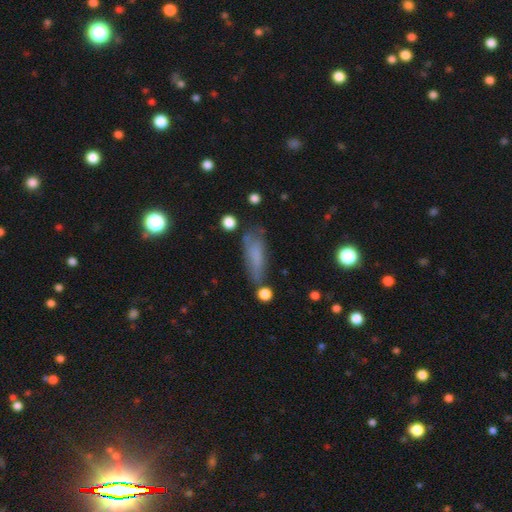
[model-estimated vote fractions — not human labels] The model was most divided on "how rounded": in between: 53%, cigar-shaped: 44%, round: 3%. More confident: smooth or featured — smooth (65%); merging — none (56%).